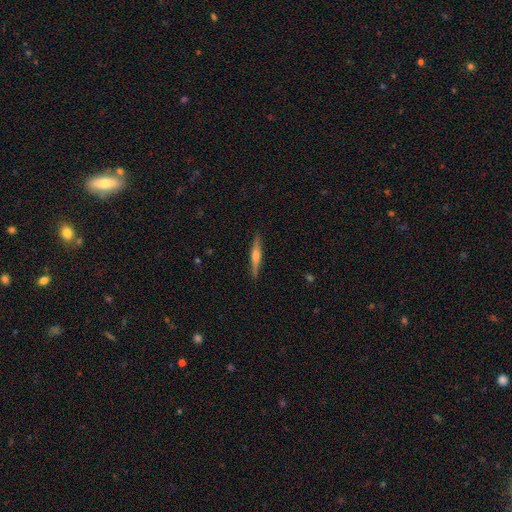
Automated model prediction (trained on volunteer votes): featured or disk 65%, smooth 29%, star or artifact 6%. Down the decision tree: edge-on disk — yes (97%); edge-on bulge — rounded (87%); merging — none (90%).